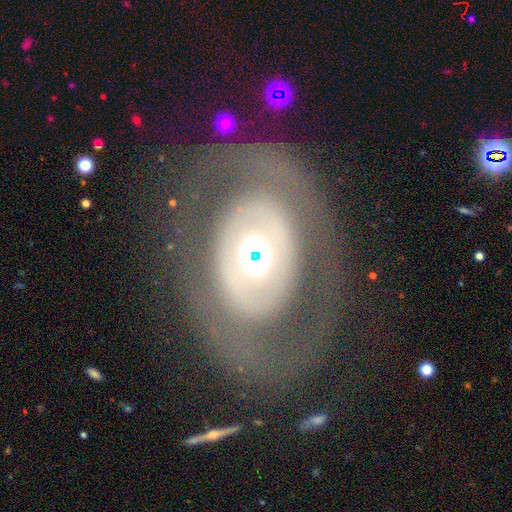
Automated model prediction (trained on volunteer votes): The model was most divided on "bulge size": moderate: 51%, large: 31%, small: 10%, dominant: 6%, none: 1%. More confident: edge-on disk — no (93%); bar — no (83%); spiral arms — no (78%); merging — none (76%); smooth or featured — featured or disk (65%).